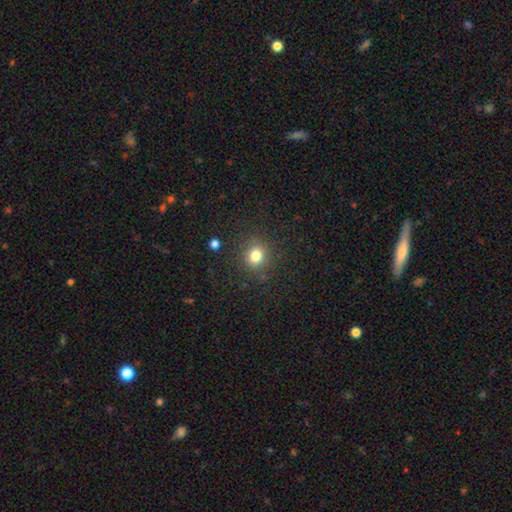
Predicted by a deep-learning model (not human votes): Smooth or featured?
  - smooth: 80% *
  - star or artifact: 14%
  - featured or disk: 6%
How rounded?
  - round: 79% *
  - in between: 20%
  - cigar-shaped: 1%
Merging?
  - none: 86% *
  - minor disturbance: 9%
  - major disturbance: 4%
  - merger: 2%